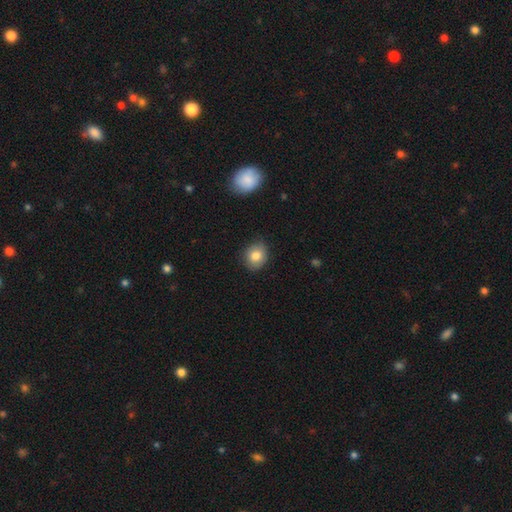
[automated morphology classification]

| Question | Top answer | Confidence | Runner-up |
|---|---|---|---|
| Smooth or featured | smooth | 82% | featured or disk (9%) |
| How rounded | round | 65% | in between (34%) |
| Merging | none | 84% | minor disturbance (13%) |